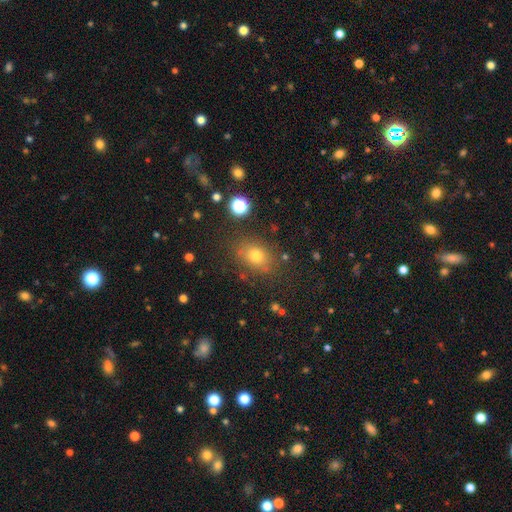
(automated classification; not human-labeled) smooth_or_featured: smooth (p=0.72) [alt: star or artifact p=0.16]
how_rounded: in between (p=0.60) [alt: round p=0.39]
merging: none (p=0.79) [alt: minor disturbance p=0.13]